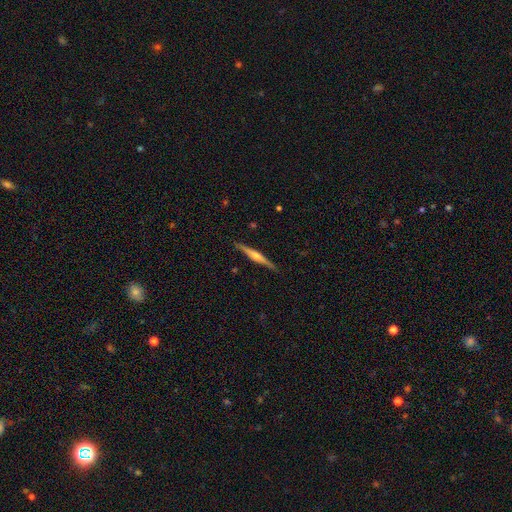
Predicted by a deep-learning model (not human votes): Morphology: type=featured or disk (73%); edge-on=yes (98%); edge-on bulge=rounded (83%); merging=none (89%).